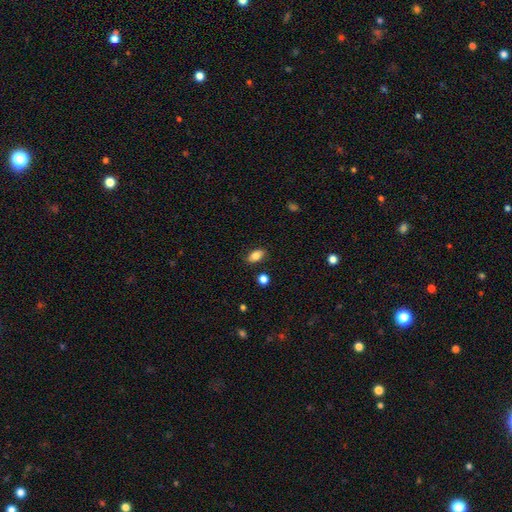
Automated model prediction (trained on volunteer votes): A smooth galaxy with no disk features (81%) that is in between round and cigar-shaped (89%).

Vote fractions:
- Smooth or featured? smooth: 81% / featured or disk: 10% / star or artifact: 9%
- How rounded? in between: 89% / round: 8% / cigar-shaped: 4%
- Merging? none: 85% / minor disturbance: 10% / major disturbance: 2% / merger: 2%